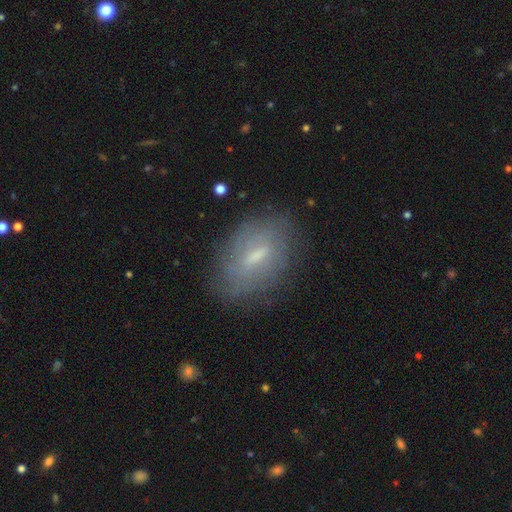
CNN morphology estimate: Smooth or featured?
  - featured or disk: 52% *
  - smooth: 38%
  - star or artifact: 9%
Edge-on disk?
  - no: 86% *
  - yes: 14%
Merging?
  - none: 75% *
  - minor disturbance: 18%
  - major disturbance: 6%
  - merger: 1%